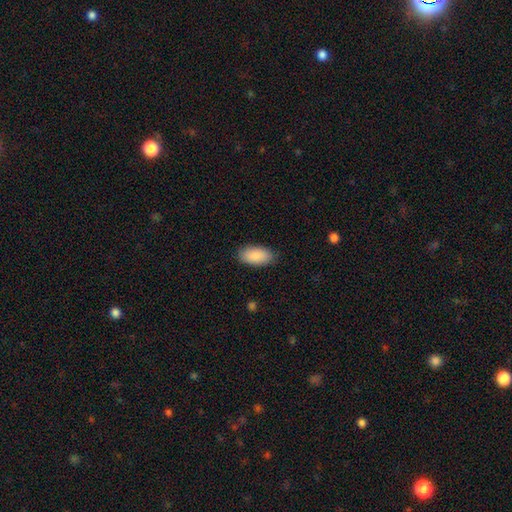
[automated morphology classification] A smooth galaxy with no disk features (90%) that is in between round and cigar-shaped (94%). Merging: none (87%).